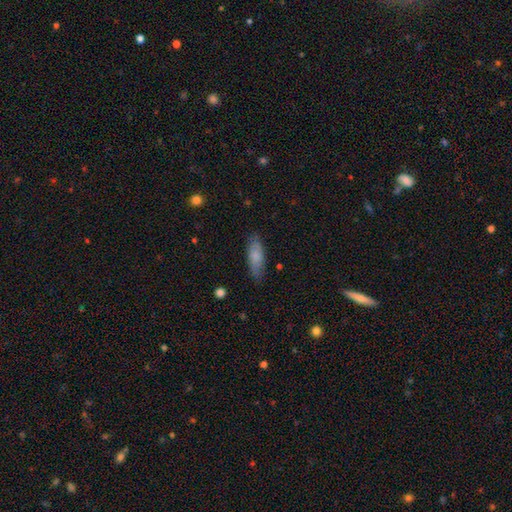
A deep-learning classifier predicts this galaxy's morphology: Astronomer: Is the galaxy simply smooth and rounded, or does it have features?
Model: smooth — 78%.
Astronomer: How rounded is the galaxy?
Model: in between — 63%.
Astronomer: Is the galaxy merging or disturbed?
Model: none — 79%.